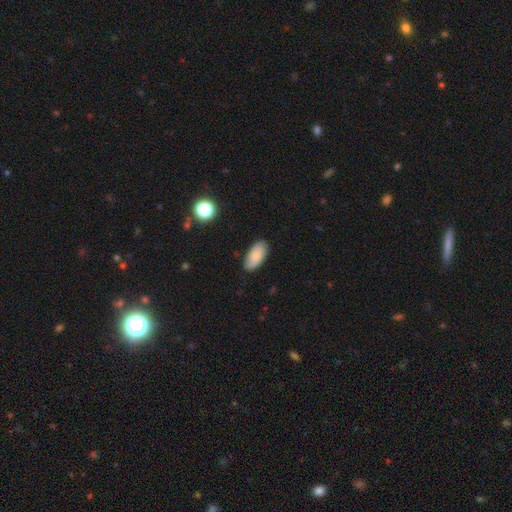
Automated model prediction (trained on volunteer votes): smooth-or-featured: smooth: 80% | featured or disk: 13% | star or artifact: 8%
  how-rounded: in between: 91% | cigar-shaped: 6% | round: 2%
  merging: none: 84% | minor disturbance: 13% | major disturbance: 2% | merger: 1%